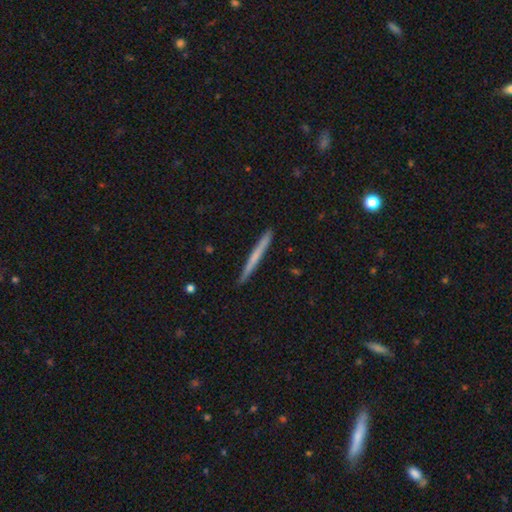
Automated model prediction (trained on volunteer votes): A smooth galaxy with no disk features (55%) that is cigar-shaped (97%). Merging: none (92%).